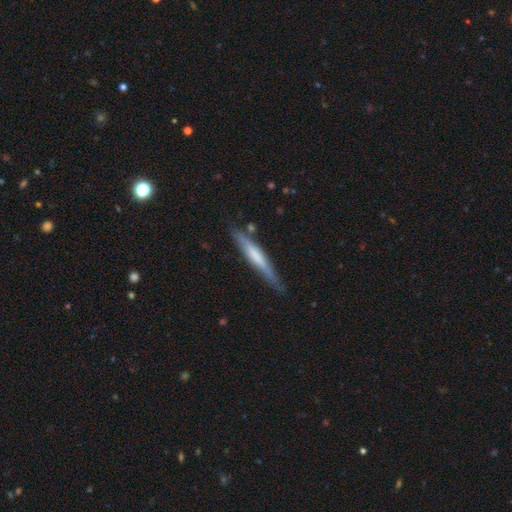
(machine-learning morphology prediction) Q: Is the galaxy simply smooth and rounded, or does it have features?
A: featured or disk — 52%.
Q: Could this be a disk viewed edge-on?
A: yes — 95%.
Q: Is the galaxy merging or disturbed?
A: none — 80%.